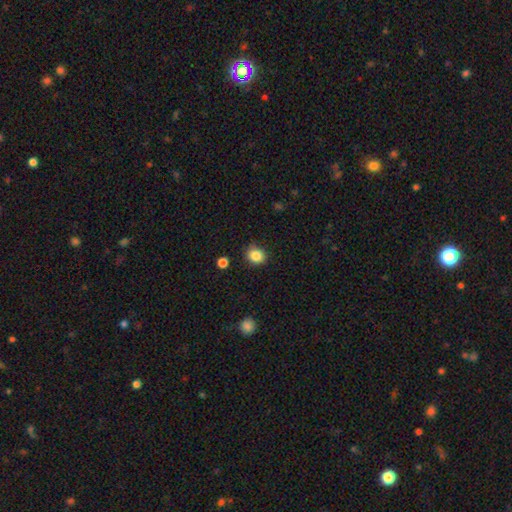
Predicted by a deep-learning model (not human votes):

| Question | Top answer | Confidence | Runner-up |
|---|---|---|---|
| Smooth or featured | smooth | 85% | star or artifact (10%) |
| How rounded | round | 74% | in between (25%) |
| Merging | none | 81% | minor disturbance (14%) |